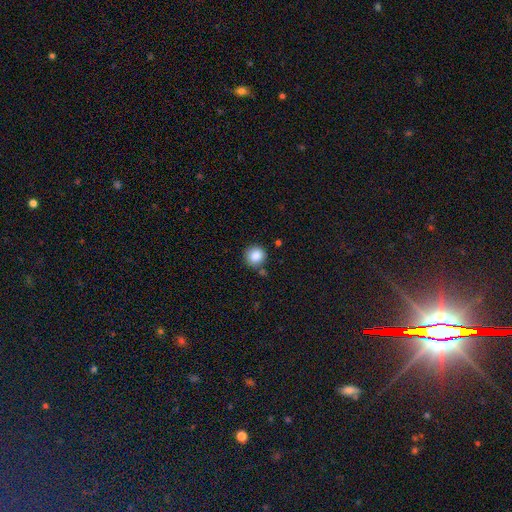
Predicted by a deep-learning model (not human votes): This is clearly a smooth galaxy (87%). How rounded: clearly round (93%). Merging: clearly none (83%).